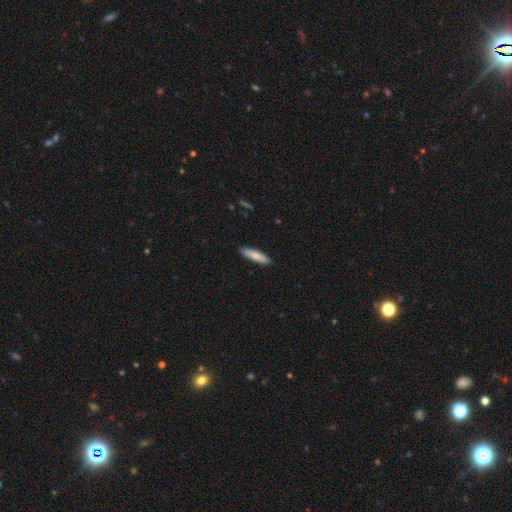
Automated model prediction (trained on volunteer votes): Overall: smooth (79%). How rounded: cigar-shaped (78%). Merging: none (90%).